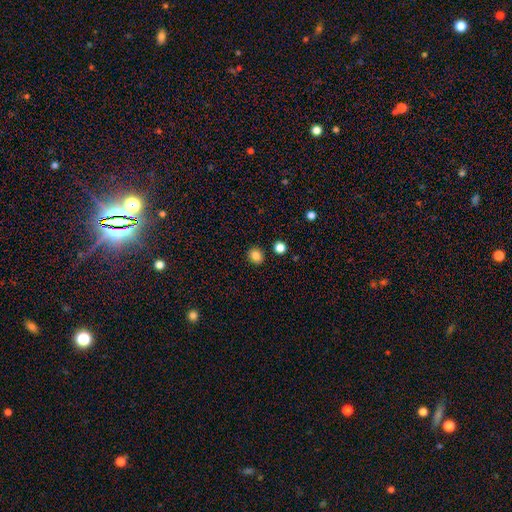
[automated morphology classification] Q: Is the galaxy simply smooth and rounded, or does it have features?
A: smooth — 85%.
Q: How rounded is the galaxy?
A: round — 76%.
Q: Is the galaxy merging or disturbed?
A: none — 90%.